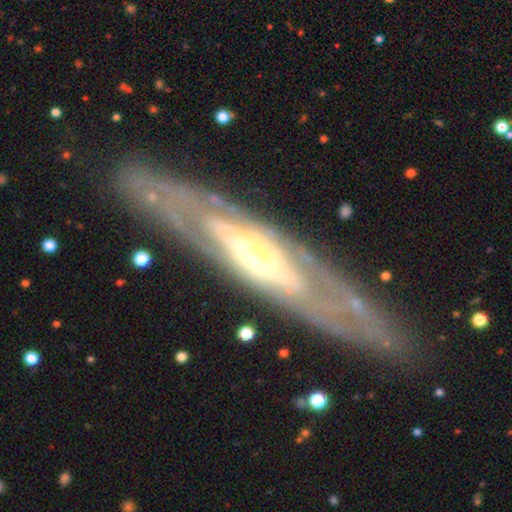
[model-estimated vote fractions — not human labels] featured or disk 82%, smooth 12%, star or artifact 5%. Down the decision tree: edge-on disk — no (63%); bar — no (58%); spiral arms — yes (70%); bulge size — moderate (53%); merging — none (75%).